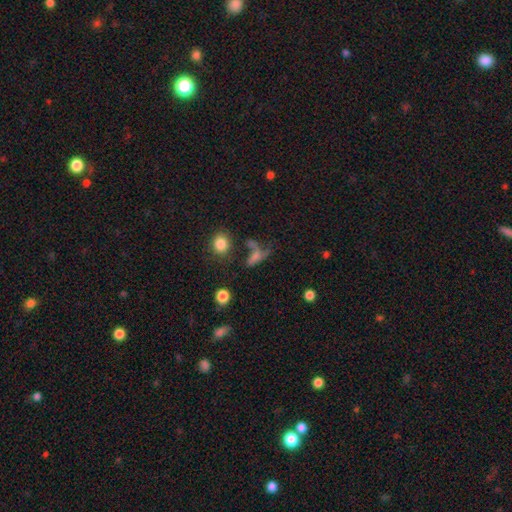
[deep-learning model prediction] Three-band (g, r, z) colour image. It shows a smooth galaxy with no disk features (48%). Merging: none (42%).